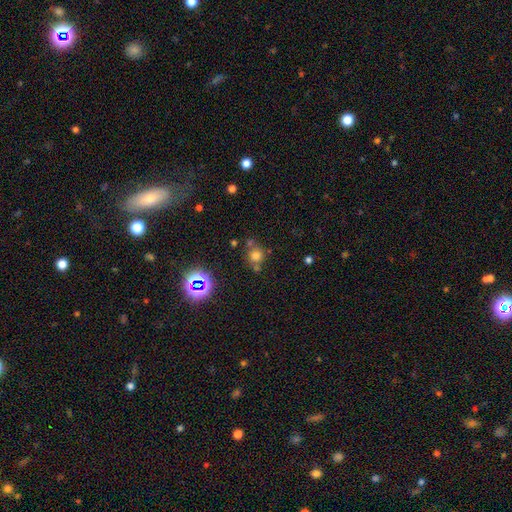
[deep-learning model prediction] Smooth or featured?
  - smooth: 67% *
  - star or artifact: 23%
  - featured or disk: 11%
How rounded?
  - round: 84% *
  - in between: 14%
  - cigar-shaped: 1%
Merging?
  - none: 62% *
  - merger: 20%
  - minor disturbance: 13%
  - major disturbance: 5%